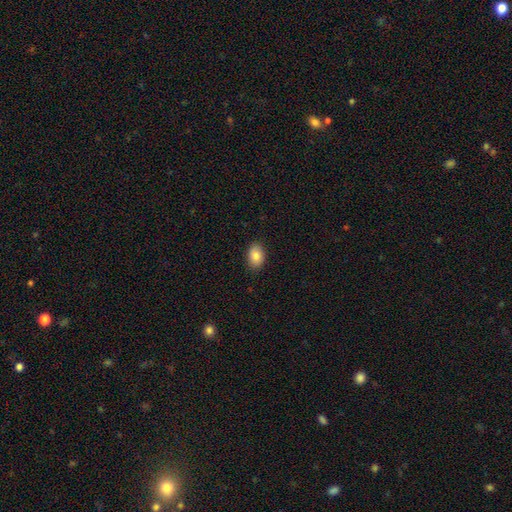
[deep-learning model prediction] Smooth or featured: smooth — 85% (featured or disk — 7%)
How rounded: in between — 86% (round — 13%)
Merging: none — 88% (minor disturbance — 9%)